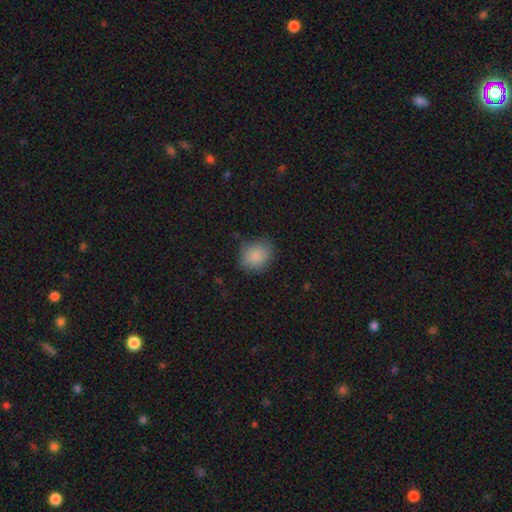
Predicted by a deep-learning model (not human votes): Smooth or featured?
  - smooth: 86% *
  - star or artifact: 8%
  - featured or disk: 5%
How rounded?
  - round: 75% *
  - in between: 24%
  - cigar-shaped: 1%
Merging?
  - none: 76% *
  - minor disturbance: 18%
  - major disturbance: 4%
  - merger: 1%